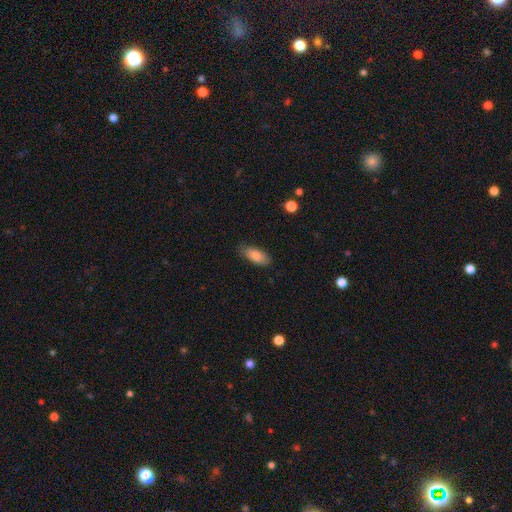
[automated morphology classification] Q: Smooth or featured?
A: smooth (83%); runner-up: featured or disk (10%)
Q: How rounded?
A: in between (84%); runner-up: cigar-shaped (14%)
Q: Merging?
A: none (80%); runner-up: minor disturbance (16%)